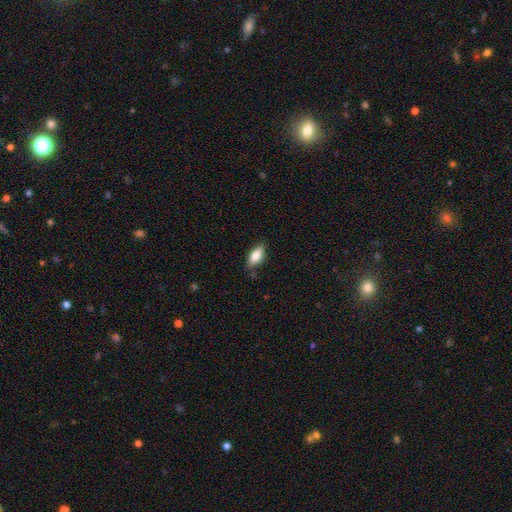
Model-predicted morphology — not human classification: A smooth galaxy with no disk features (79%) that is in between round and cigar-shaped (86%).

Vote fractions:
- Smooth or featured? smooth: 79% / featured or disk: 14% / star or artifact: 7%
- How rounded? in between: 86% / cigar-shaped: 11% / round: 3%
- Merging? none: 79% / minor disturbance: 16% / major disturbance: 3% / merger: 2%